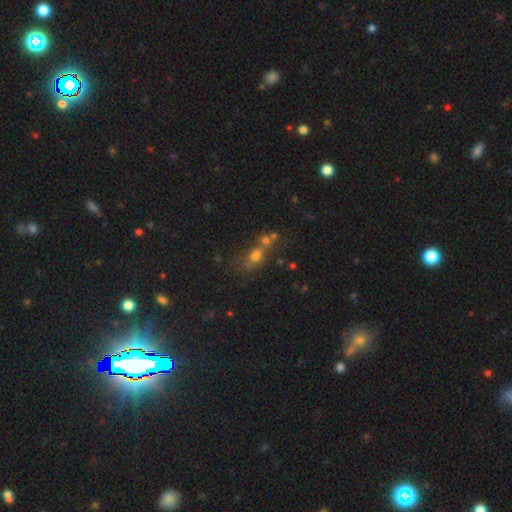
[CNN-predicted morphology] This is possibly a smooth galaxy (58%). How rounded: possibly round (53%). Merging: marginally merger (43%).